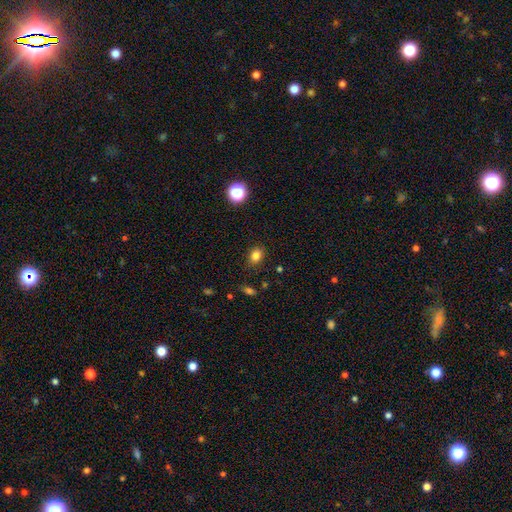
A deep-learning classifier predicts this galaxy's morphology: type=smooth (82%); roundness=in between (60%); merging=none (86%).